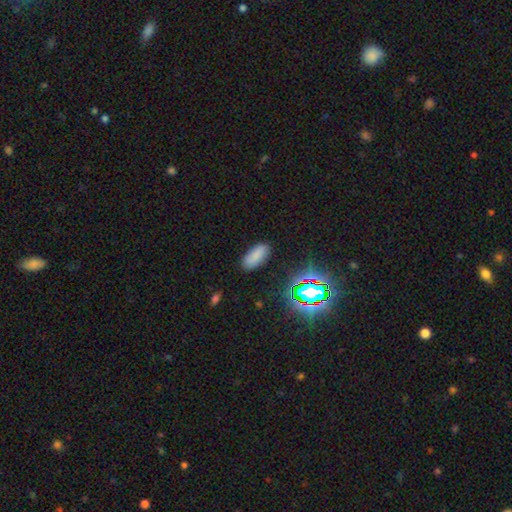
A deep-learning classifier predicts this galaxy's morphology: This is likely a smooth galaxy (76%). How rounded: clearly in between (88%). Merging: clearly none (85%).